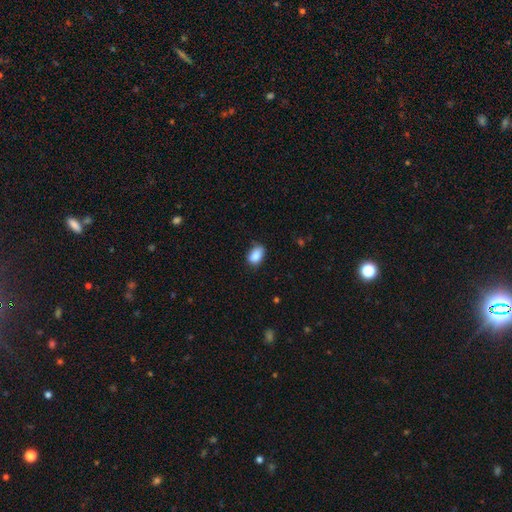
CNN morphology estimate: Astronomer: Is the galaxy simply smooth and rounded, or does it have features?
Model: smooth — 87%.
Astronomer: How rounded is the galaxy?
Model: in between — 87%.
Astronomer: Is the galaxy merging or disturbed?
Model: none — 72%.